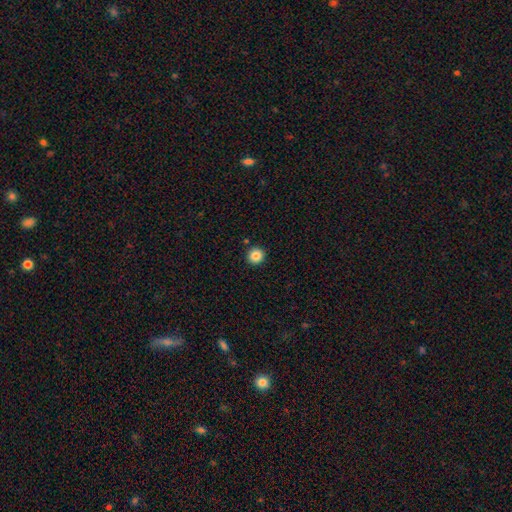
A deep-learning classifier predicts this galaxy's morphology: Overall: smooth (85%). How rounded: round (94%). Merging: none (92%).